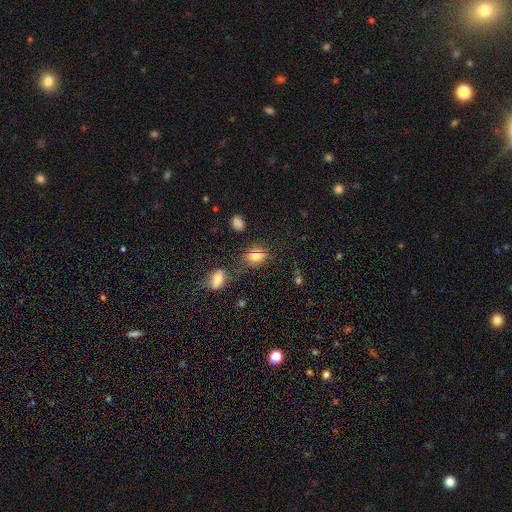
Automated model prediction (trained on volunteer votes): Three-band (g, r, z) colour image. It shows a smooth galaxy with no disk features (70%) that is in between round and cigar-shaped (58%). Merging: none (68%).